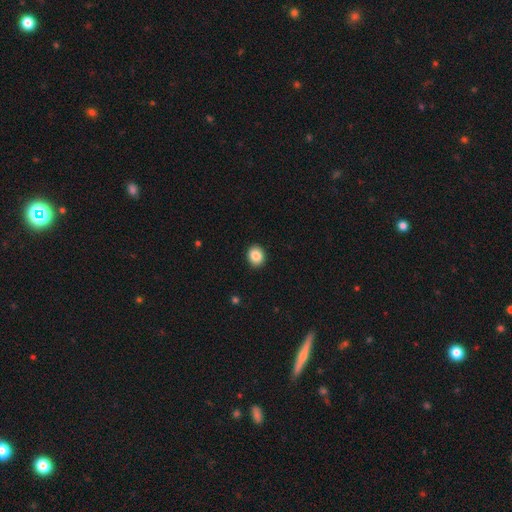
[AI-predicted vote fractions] Morphology: type=smooth (87%); roundness=round (65%); merging=none (92%).